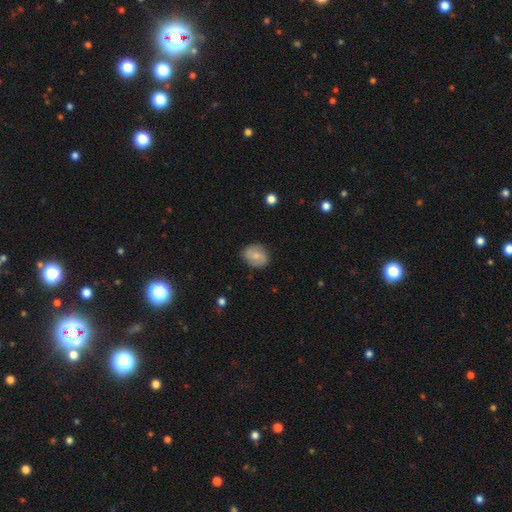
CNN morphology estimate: smooth_or_featured: smooth (p=0.61) [alt: featured or disk p=0.32]
how_rounded: round (p=0.55) [alt: in between p=0.44]
merging: none (p=0.82) [alt: minor disturbance p=0.13]